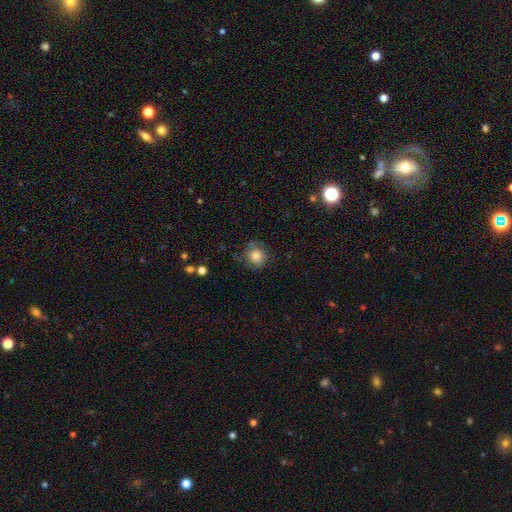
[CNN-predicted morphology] A smooth galaxy with no disk features (78%) that is round (85%).

Vote fractions:
- Smooth or featured? smooth: 78% / featured or disk: 12% / star or artifact: 10%
- How rounded? round: 85% / in between: 14% / cigar-shaped: 1%
- Merging? none: 72% / minor disturbance: 20% / major disturbance: 6% / merger: 2%